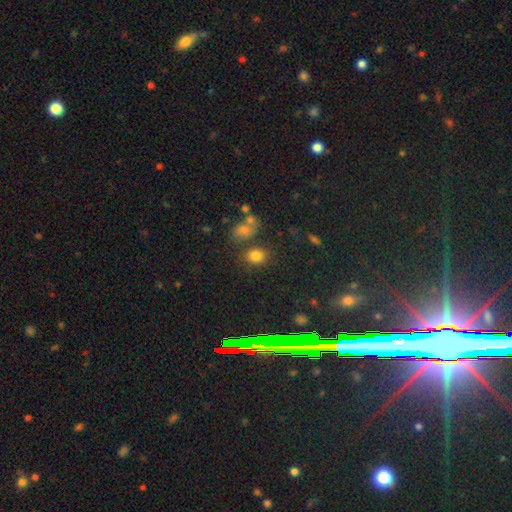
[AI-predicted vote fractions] smooth_or_featured: smooth (p=0.79) [alt: star or artifact p=0.14]
how_rounded: round (p=0.52) [alt: in between p=0.46]
merging: none (p=0.72) [alt: minor disturbance p=0.13]